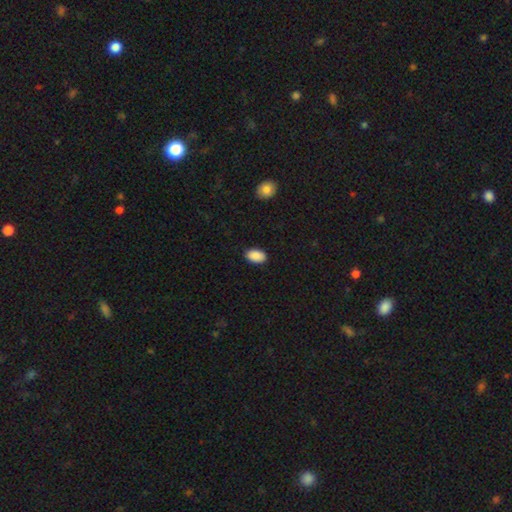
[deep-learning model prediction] smooth 90%, star or artifact 7%, featured or disk 3%. Down the decision tree: how rounded — in between (93%); merging — none (88%).